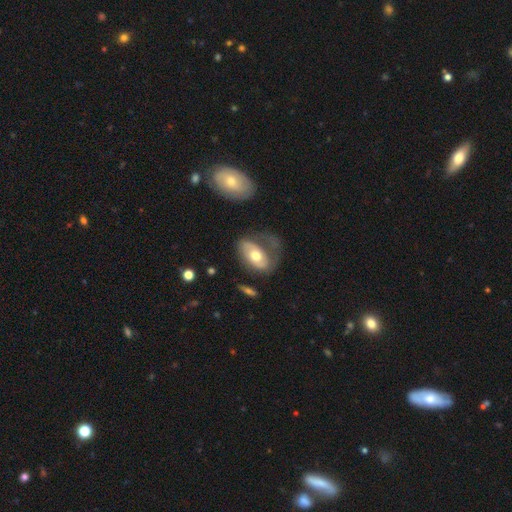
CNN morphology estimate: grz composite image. It shows a featured or disk galaxy (52%). Merging: major disturbance (36%).